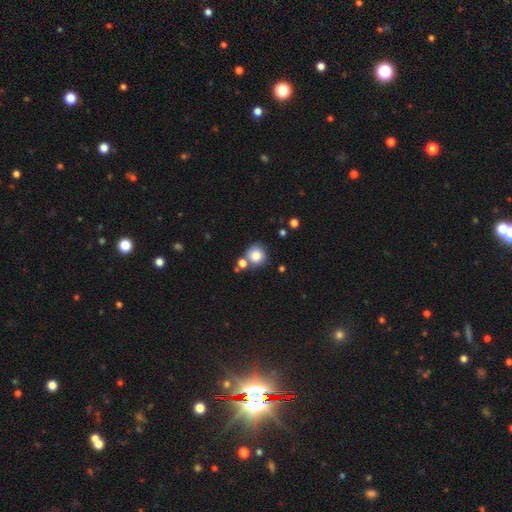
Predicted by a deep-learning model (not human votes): Overall: smooth (82%). How rounded: round (88%). Merging: none (62%).